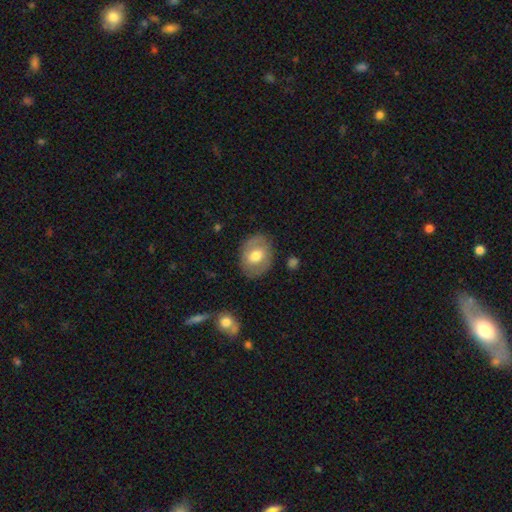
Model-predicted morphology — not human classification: smooth-or-featured: smooth: 58% | featured or disk: 36% | star or artifact: 7%
  how-rounded: in between: 64% | round: 35% | cigar-shaped: 1%
  merging: none: 81% | minor disturbance: 13% | major disturbance: 4% | merger: 1%